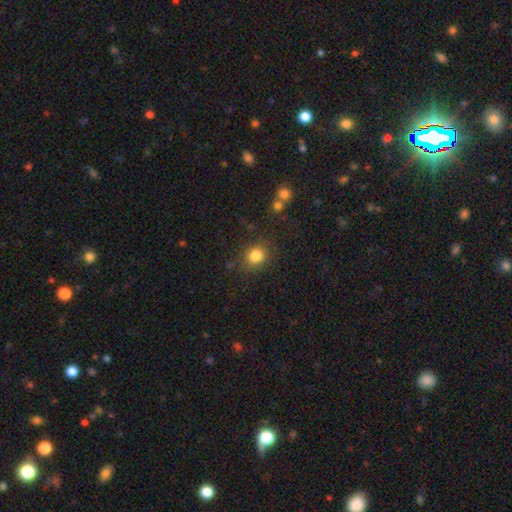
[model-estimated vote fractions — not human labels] Morphology: type=smooth (83%); roundness=round (73%); merging=none (81%).